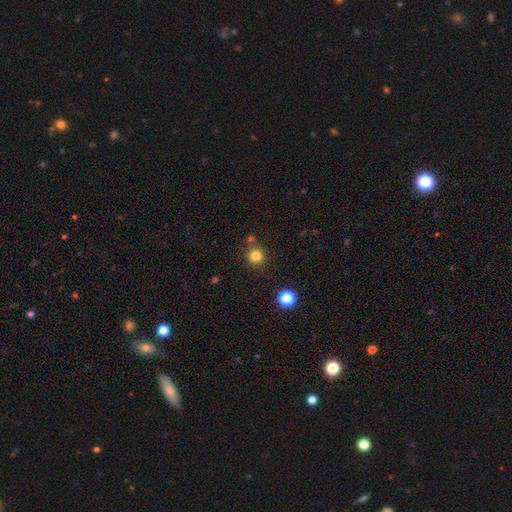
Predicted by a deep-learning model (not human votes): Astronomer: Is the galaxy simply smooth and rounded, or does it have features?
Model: smooth — 81%.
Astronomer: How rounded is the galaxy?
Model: round — 92%.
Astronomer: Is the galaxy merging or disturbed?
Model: none — 81%.